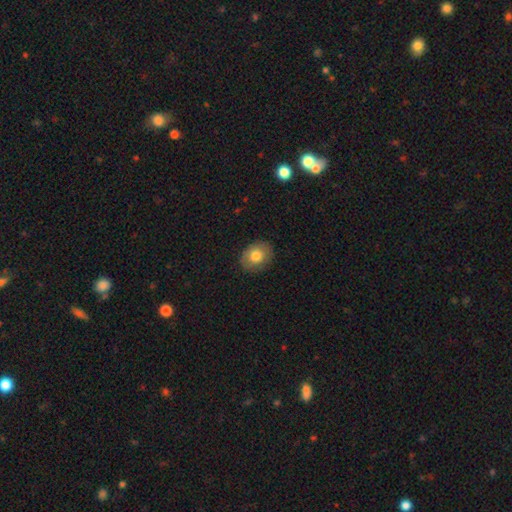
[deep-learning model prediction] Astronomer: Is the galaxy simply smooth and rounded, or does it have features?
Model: smooth — 77%.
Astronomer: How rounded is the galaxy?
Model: in between — 53% (runner-up: round, 46%).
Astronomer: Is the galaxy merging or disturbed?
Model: none — 86%.